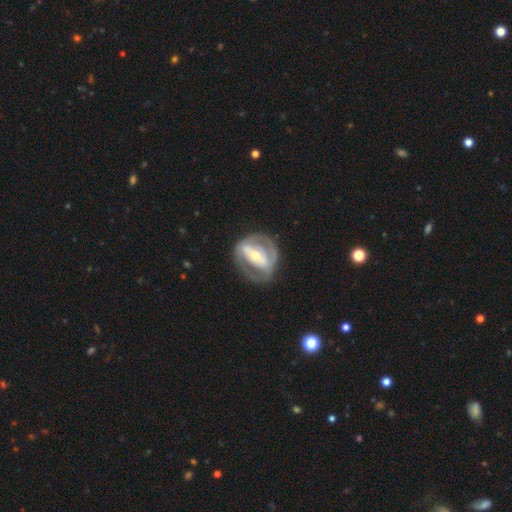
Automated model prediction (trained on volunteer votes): A featured or disk galaxy (75%) with a strong bar (49%), spiral arms (54%) and a moderate central bulge (62%). Merging: none (66%).